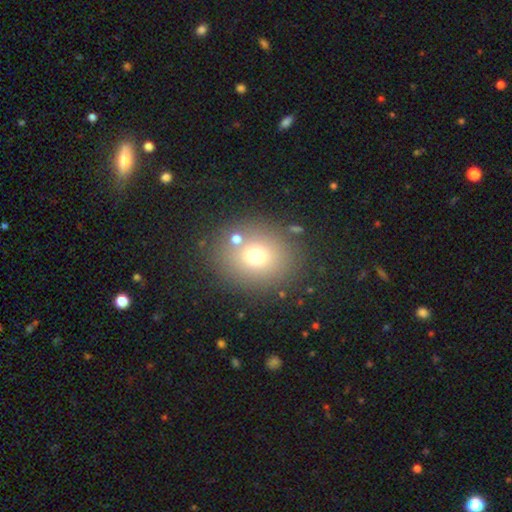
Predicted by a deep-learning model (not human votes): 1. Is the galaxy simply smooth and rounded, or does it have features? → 70% smooth, 16% star or artifact, 14% featured or disk.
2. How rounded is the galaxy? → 70% round, 29% in between, 1% cigar-shaped.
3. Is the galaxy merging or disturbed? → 80% none, 9% minor disturbance, 6% merger, 4% major disturbance.